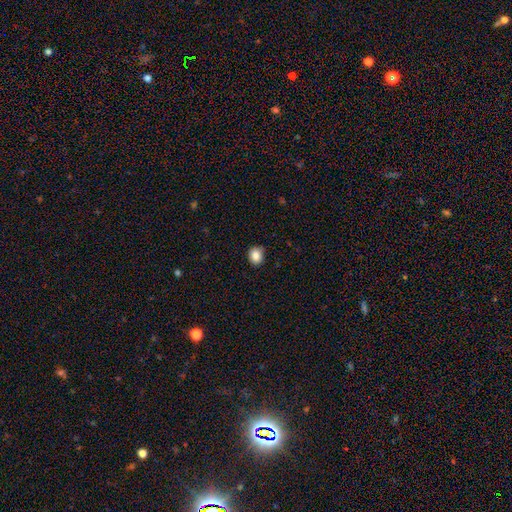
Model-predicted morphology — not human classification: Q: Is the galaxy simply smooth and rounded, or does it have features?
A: smooth — 85%.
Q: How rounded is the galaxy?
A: round — 69%.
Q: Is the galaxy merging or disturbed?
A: none — 83%.